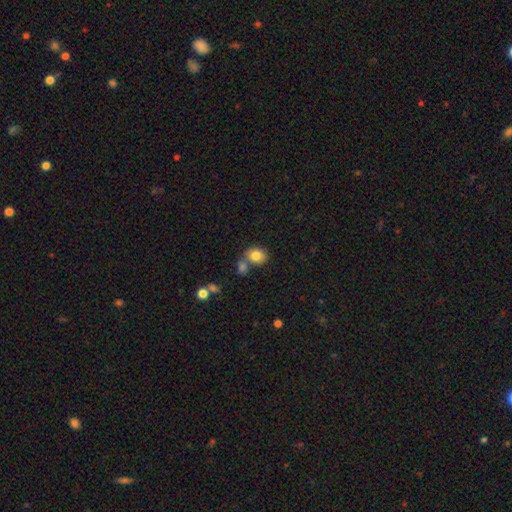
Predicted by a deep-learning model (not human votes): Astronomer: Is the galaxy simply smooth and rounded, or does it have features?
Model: smooth — 82%.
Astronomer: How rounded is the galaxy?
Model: round — 58% (runner-up: in between, 41%).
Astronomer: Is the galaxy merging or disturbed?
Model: none — 57%.